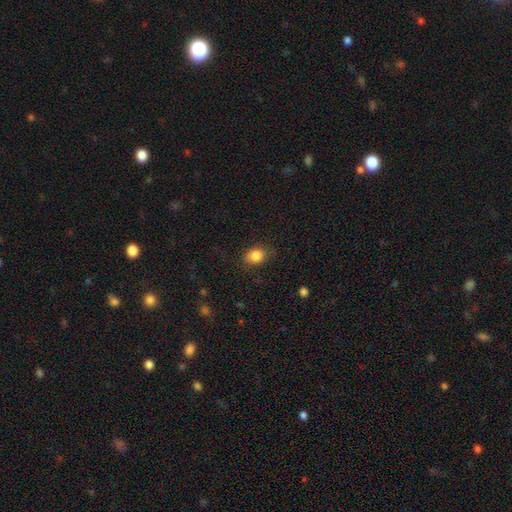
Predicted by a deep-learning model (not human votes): Smooth or featured? smooth (84%)
How rounded? in between (51%)
Merging? none (79%)